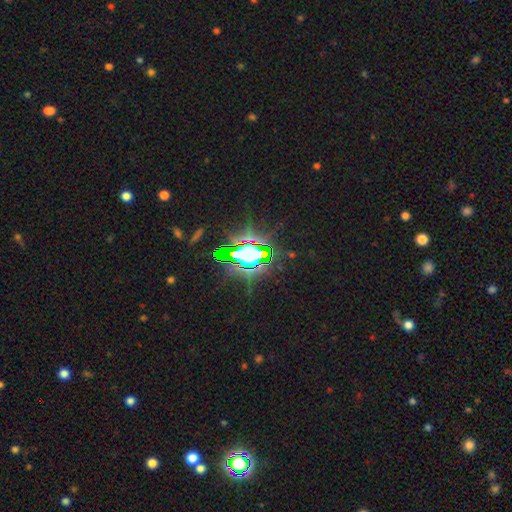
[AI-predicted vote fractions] This is clearly a star or artifact rather than a galaxy (84%).